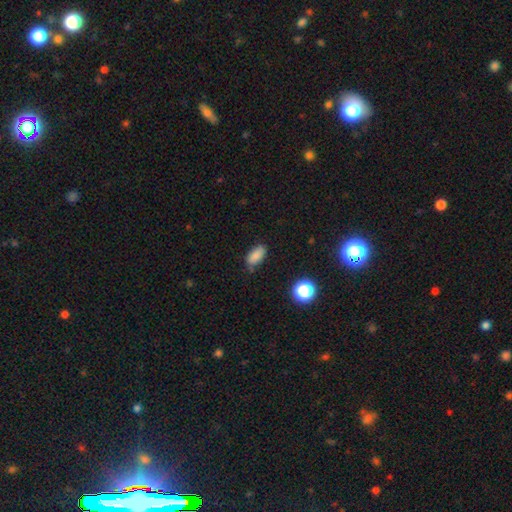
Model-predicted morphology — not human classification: A smooth galaxy with no disk features (85%) that is in between round and cigar-shaped (87%). Merging: none (74%).